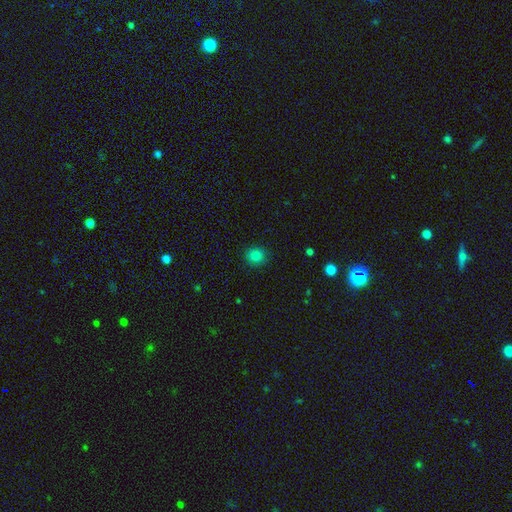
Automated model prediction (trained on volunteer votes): smooth 82%, star or artifact 12%, featured or disk 6%. Down the decision tree: how rounded — round (83%); merging — none (90%).